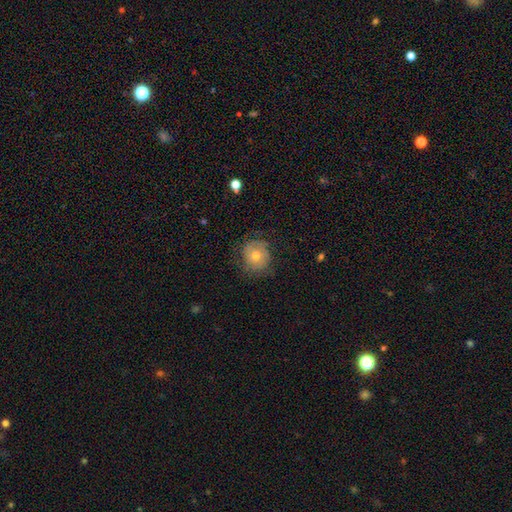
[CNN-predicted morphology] Overall: smooth (56%; featured or disk 35%). How rounded: round (83%). Merging: none (67%).